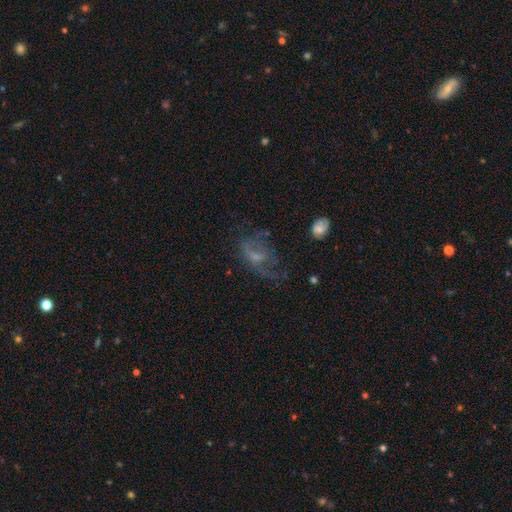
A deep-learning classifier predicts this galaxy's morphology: A featured or disk galaxy (52%).

Vote fractions:
- Smooth or featured? featured or disk: 52% / smooth: 31% / star or artifact: 17%
- Edge-on disk? no: 95% / yes: 5%
- Merging? major disturbance: 39% / none: 37% / minor disturbance: 21% / merger: 3%